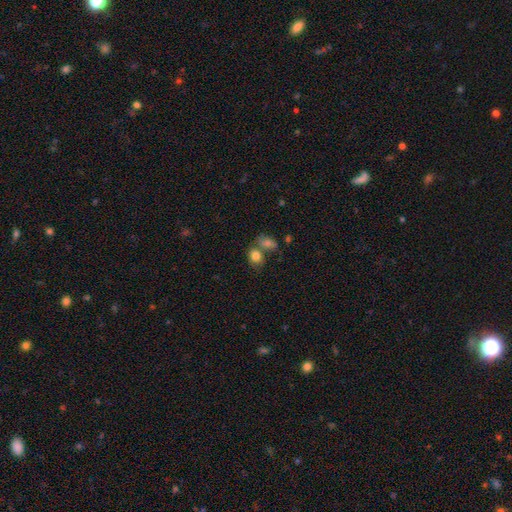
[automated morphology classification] This is clearly a smooth galaxy (81%). How rounded: possibly in between (54%). Merging: possibly none (45%).